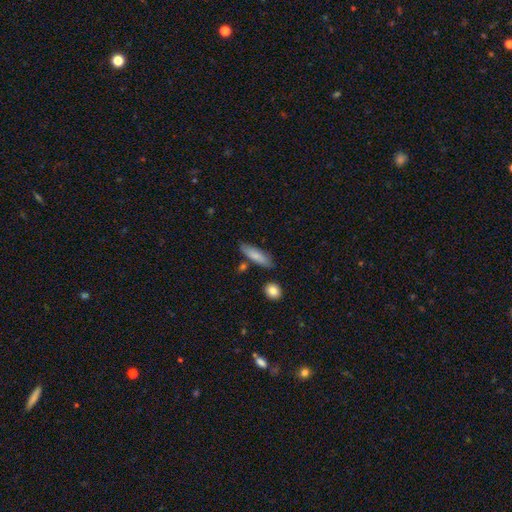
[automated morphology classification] Smooth or featured: smooth — 77% (featured or disk — 17%)
How rounded: cigar-shaped — 54% (in between — 43%)
Merging: none — 78% (minor disturbance — 15%)